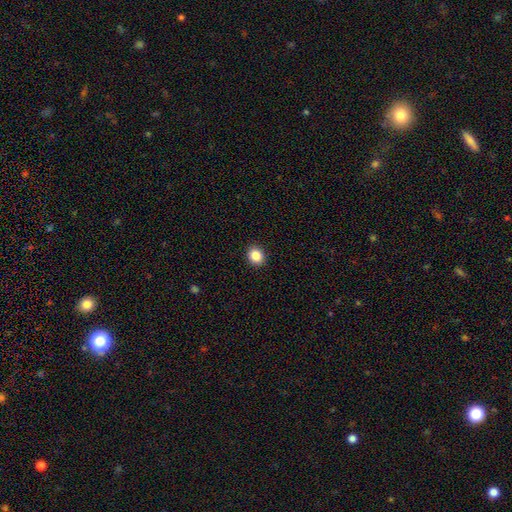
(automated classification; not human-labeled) smooth-or-featured: smooth: 85% | star or artifact: 10% | featured or disk: 5%
  how-rounded: round: 66% | in between: 34% | cigar-shaped: 1%
  merging: none: 92% | minor disturbance: 5% | major disturbance: 2% | merger: 1%